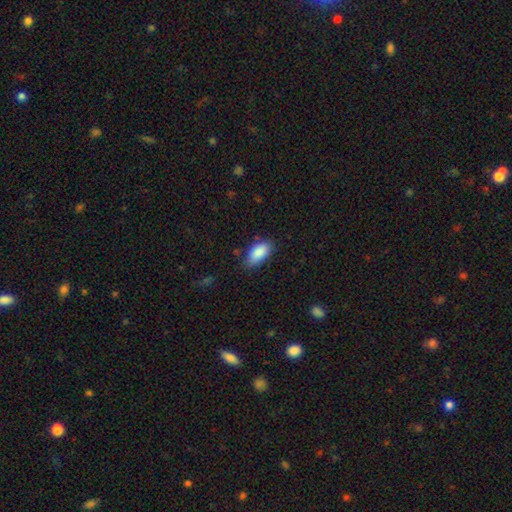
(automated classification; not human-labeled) Overall: smooth (88%). How rounded: in between (92%). Merging: none (74%).